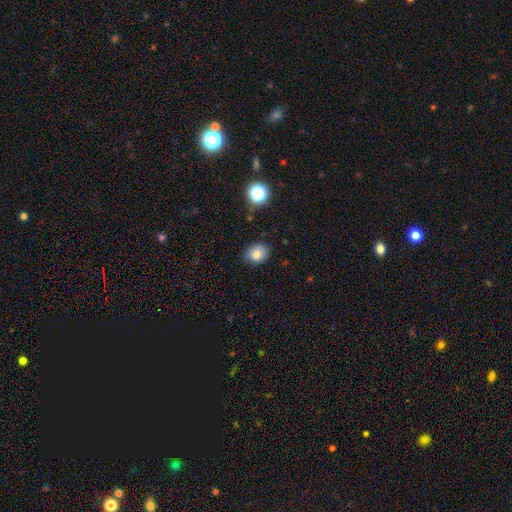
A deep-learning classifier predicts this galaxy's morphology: smooth-or-featured: smooth: 81% | star or artifact: 12% | featured or disk: 7%
  how-rounded: round: 65% | in between: 35% | cigar-shaped: 1%
  merging: none: 81% | minor disturbance: 14% | major disturbance: 3% | merger: 2%